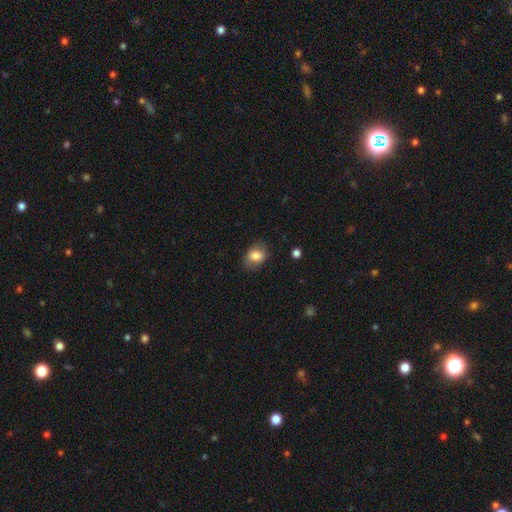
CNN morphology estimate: This appears to be a smooth galaxy with no disk features (79%) that is in between round and cigar-shaped (72%). Merging: none (77%).